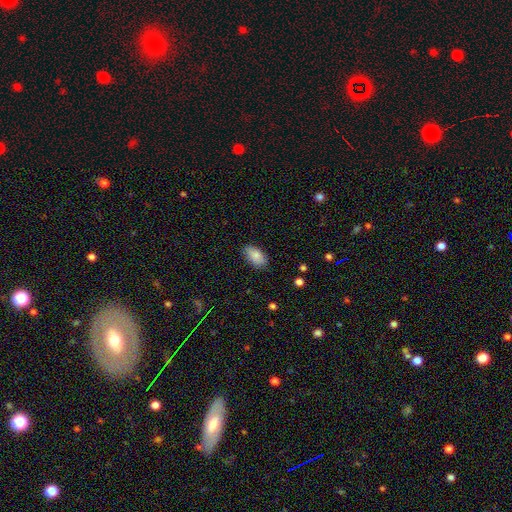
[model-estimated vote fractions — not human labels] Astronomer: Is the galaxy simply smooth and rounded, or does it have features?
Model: smooth — 85%.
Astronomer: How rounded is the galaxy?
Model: in between — 93%.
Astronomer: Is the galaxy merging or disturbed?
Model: none — 83%.